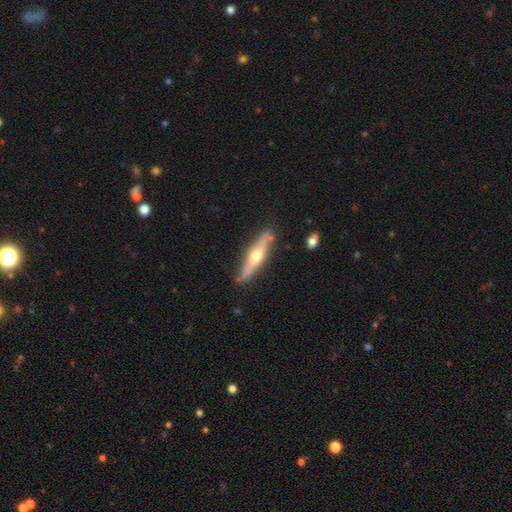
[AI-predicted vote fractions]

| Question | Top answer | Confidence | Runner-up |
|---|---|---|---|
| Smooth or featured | featured or disk | 64% | smooth (30%) |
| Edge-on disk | yes | 88% | no (12%) |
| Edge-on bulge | rounded | 92% | none (5%) |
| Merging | none | 84% | minor disturbance (12%) |